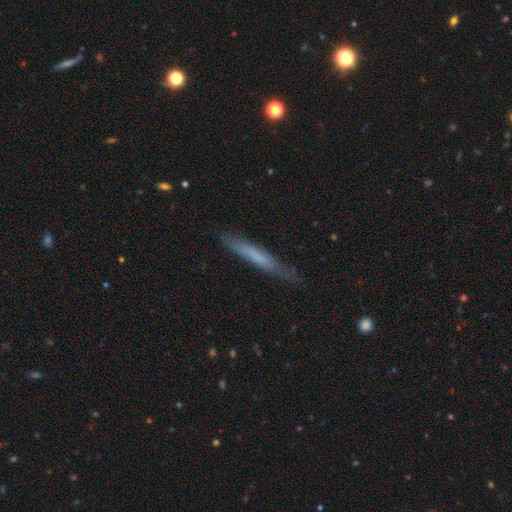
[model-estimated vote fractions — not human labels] A smooth galaxy with no disk features (55%) that is cigar-shaped (95%). Merging: none (79%).